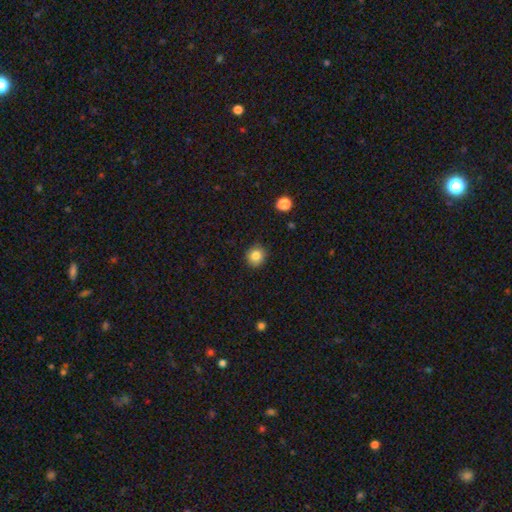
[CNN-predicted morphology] Smooth or featured? smooth (83%)
How rounded? round (87%)
Merging? none (91%)